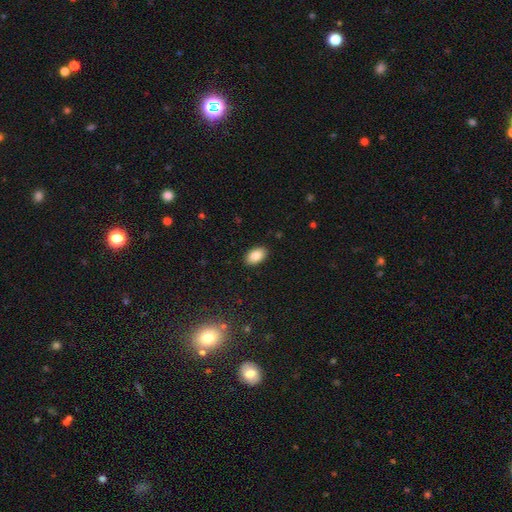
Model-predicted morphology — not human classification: A smooth galaxy with no disk features (86%) that is in between round and cigar-shaped (93%). Merging: none (89%).